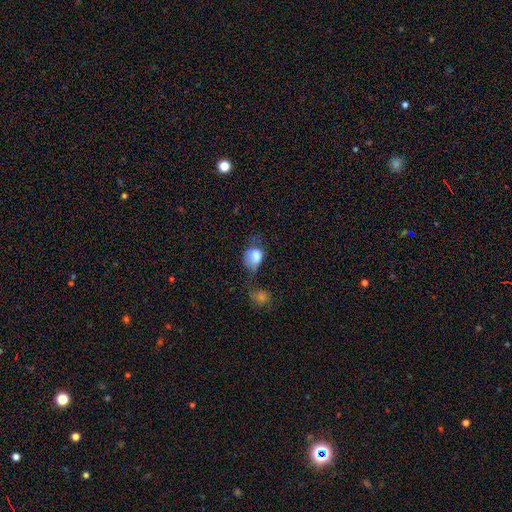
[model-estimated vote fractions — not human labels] Smooth or featured?
  - smooth: 77% *
  - featured or disk: 14%
  - star or artifact: 9%
How rounded?
  - in between: 60% *
  - round: 39%
  - cigar-shaped: 1%
Merging?
  - major disturbance: 33% *
  - minor disturbance: 29%
  - none: 25%
  - merger: 13%